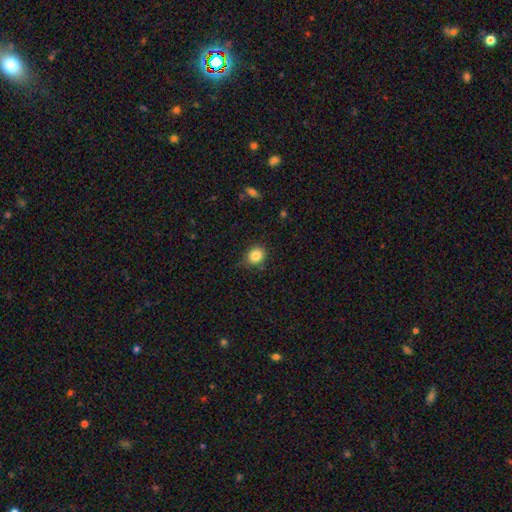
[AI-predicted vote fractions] Smooth or featured? Predicted: smooth (p=0.84). How rounded? Predicted: round (p=0.72). Merging? Predicted: none (p=0.77).